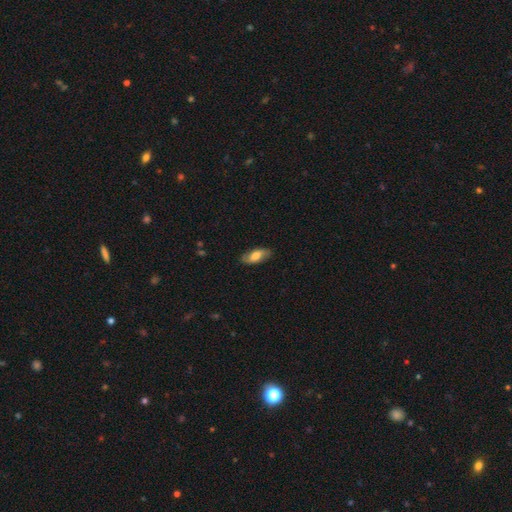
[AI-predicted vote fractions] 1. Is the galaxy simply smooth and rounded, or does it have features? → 59% smooth, 35% featured or disk, 6% star or artifact.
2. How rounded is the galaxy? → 82% in between, 15% cigar-shaped, 3% round.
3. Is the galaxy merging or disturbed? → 84% none, 12% minor disturbance, 3% major disturbance, 1% merger.